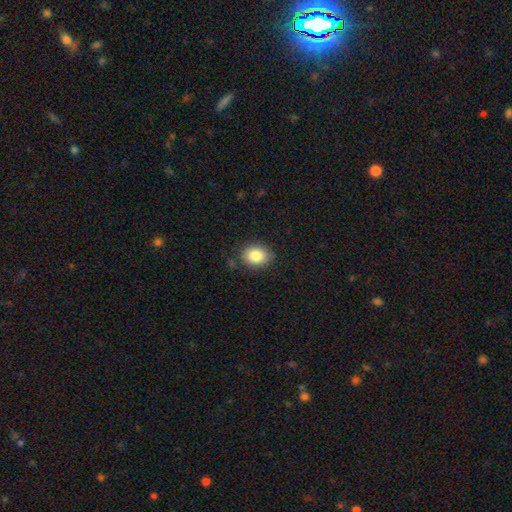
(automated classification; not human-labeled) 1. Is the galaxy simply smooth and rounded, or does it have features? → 84% smooth, 9% star or artifact, 7% featured or disk.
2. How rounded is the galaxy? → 54% round, 45% in between, 1% cigar-shaped.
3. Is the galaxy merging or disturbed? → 86% none, 10% minor disturbance, 3% major disturbance, 2% merger.